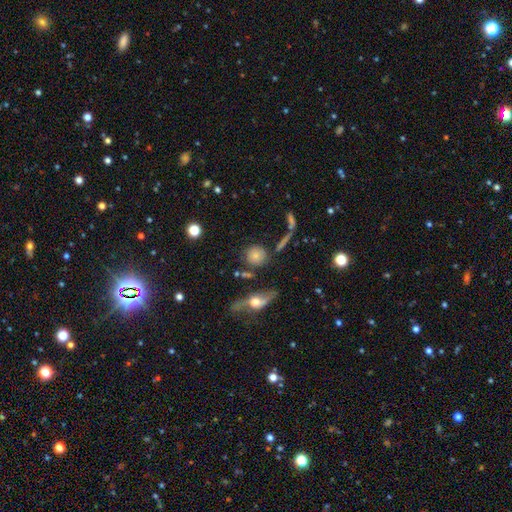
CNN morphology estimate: smooth-or-featured: smooth: 72% | featured or disk: 17% | star or artifact: 11%
  how-rounded: round: 86% | in between: 11% | cigar-shaped: 3%
  merging: none: 74% | minor disturbance: 12% | merger: 9% | major disturbance: 5%